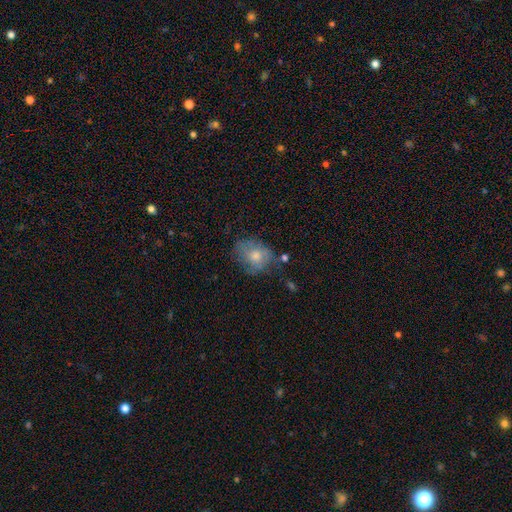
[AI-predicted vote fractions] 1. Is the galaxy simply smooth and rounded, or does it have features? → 59% smooth, 30% featured or disk, 11% star or artifact.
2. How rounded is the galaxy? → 50% in between, 49% round, 1% cigar-shaped.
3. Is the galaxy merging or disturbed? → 56% none, 28% minor disturbance, 12% major disturbance, 4% merger.